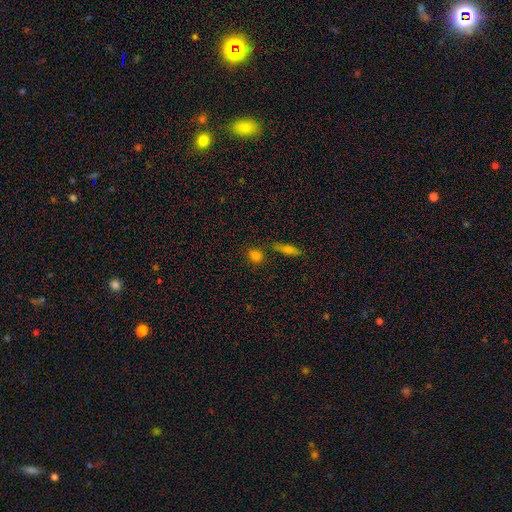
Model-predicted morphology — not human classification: This is likely a smooth galaxy (78%). How rounded: likely round (61%). Merging: likely none (77%).